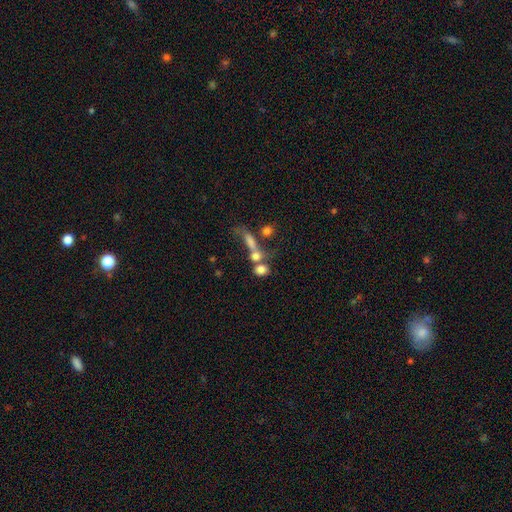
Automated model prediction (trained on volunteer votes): smooth 70%, featured or disk 17%, star or artifact 13%. Down the decision tree: how rounded — round (44%, tied with in between); merging — merger (48%).